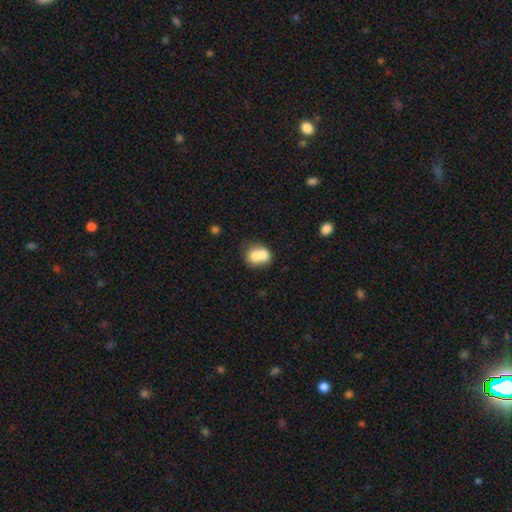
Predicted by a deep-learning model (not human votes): smooth 69%, featured or disk 22%, star or artifact 9%. Down the decision tree: how rounded — round (60%); merging — merger (67%).